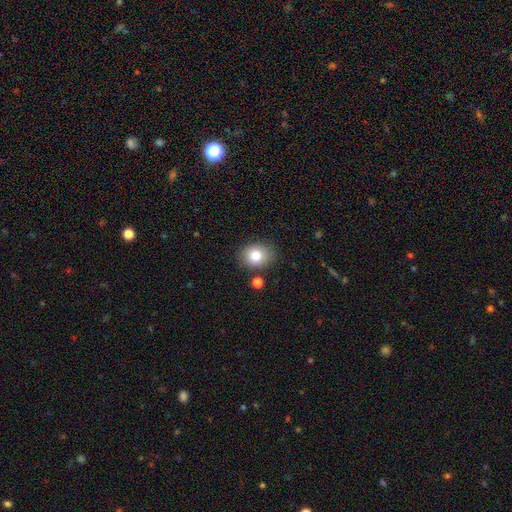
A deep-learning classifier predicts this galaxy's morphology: type=smooth (80%); roundness=round (56%); merging=none (80%).